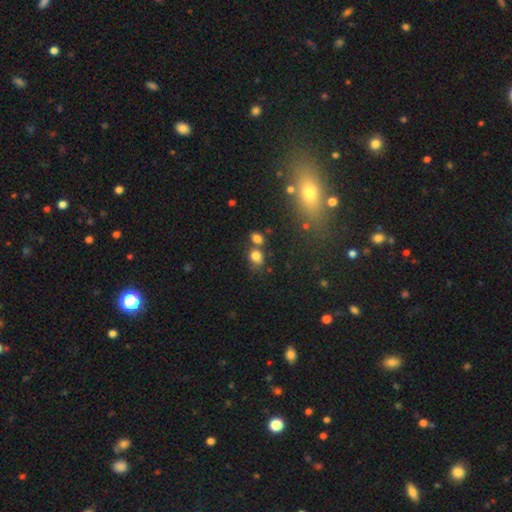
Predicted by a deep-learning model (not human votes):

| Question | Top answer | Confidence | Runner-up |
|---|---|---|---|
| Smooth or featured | smooth | 78% | star or artifact (14%) |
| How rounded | round | 51% | in between (47%) |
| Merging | none | 51% | merger (29%) |